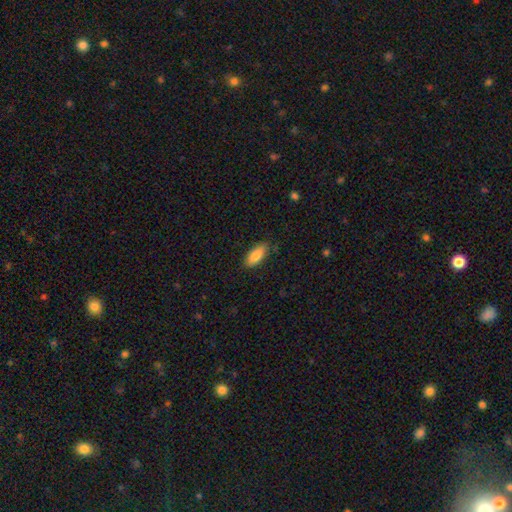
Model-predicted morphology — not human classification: The model was most divided on "how rounded": in between: 82%, cigar-shaped: 16%, round: 2%. More confident: smooth or featured — smooth (85%); merging — none (83%).